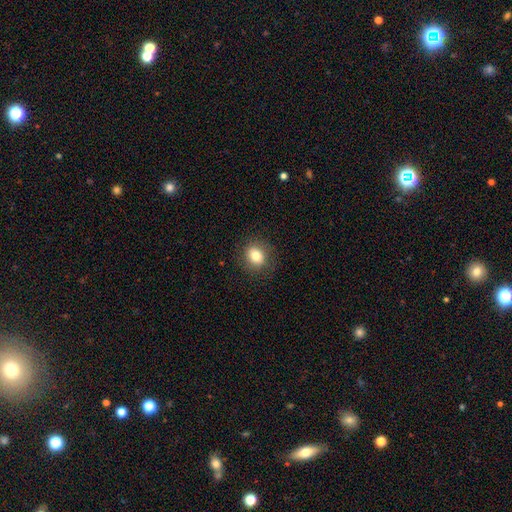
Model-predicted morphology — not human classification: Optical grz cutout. It shows a smooth galaxy with no disk features (79%) that is round (66%). Merging: none (87%).